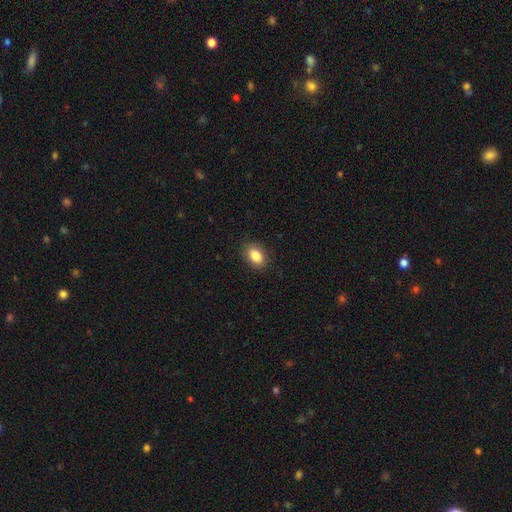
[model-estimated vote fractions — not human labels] This appears to be a smooth galaxy with no disk features (86%) that is in between round and cigar-shaped (85%). Merging: none (87%).